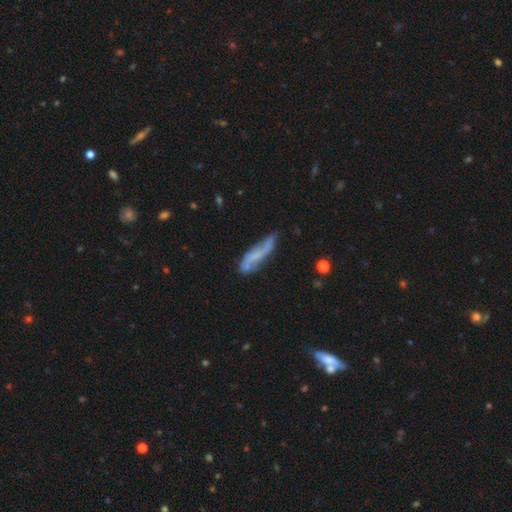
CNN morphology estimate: A featured or disk galaxy (57%).

Vote fractions:
- Smooth or featured? featured or disk: 57% / smooth: 35% / star or artifact: 8%
- Edge-on disk? no: 70% / yes: 30%
- Merging? none: 60% / minor disturbance: 25% / major disturbance: 9% / merger: 6%